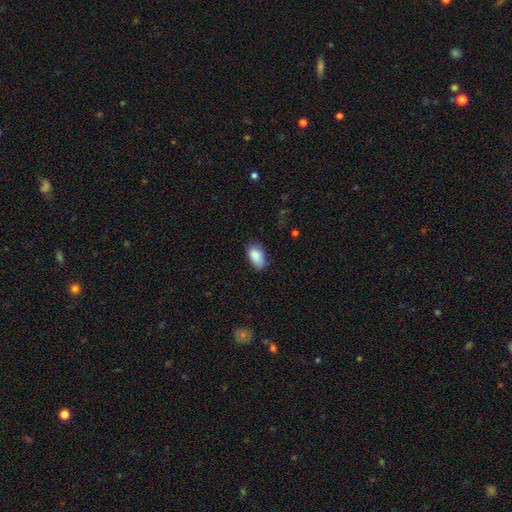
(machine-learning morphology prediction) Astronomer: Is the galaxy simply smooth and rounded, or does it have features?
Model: smooth — 87%.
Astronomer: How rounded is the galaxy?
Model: in between — 92%.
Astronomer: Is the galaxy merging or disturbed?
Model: none — 65%.